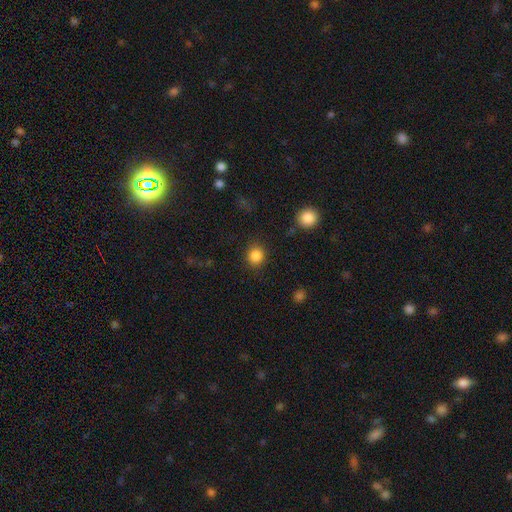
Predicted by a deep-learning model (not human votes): Smooth or featured?
  - smooth: 86% *
  - star or artifact: 10%
  - featured or disk: 3%
How rounded?
  - round: 87% *
  - in between: 12%
  - cigar-shaped: 1%
Merging?
  - none: 87% *
  - minor disturbance: 8%
  - major disturbance: 3%
  - merger: 2%